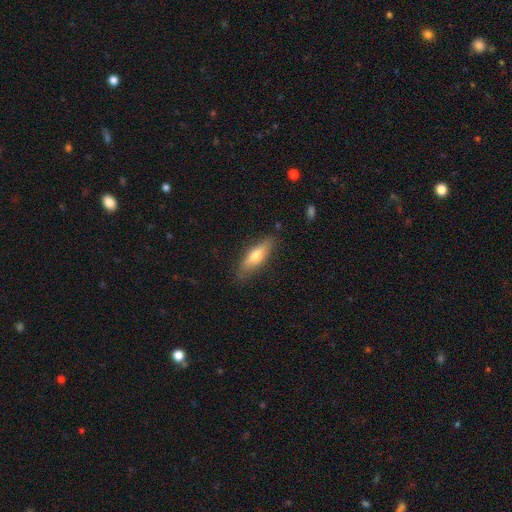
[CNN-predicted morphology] Q: Smooth or featured?
A: smooth (63%); runner-up: featured or disk (31%)
Q: How rounded?
A: cigar-shaped (50%); runner-up: in between (48%)
Q: Merging?
A: none (79%); runner-up: minor disturbance (16%)